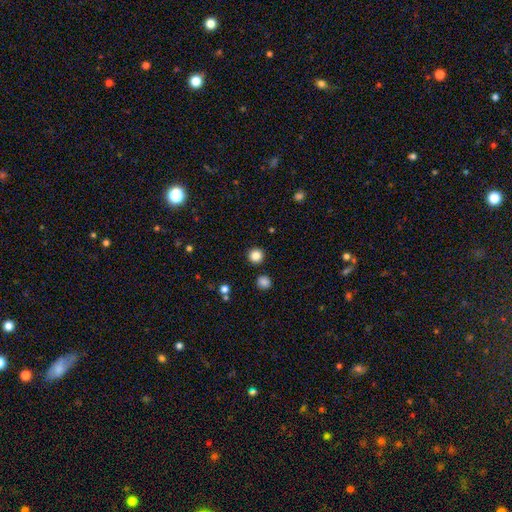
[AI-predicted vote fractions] Q: Smooth or featured?
A: smooth (84%); runner-up: star or artifact (12%)
Q: How rounded?
A: round (95%); runner-up: in between (4%)
Q: Merging?
A: none (91%); runner-up: minor disturbance (4%)